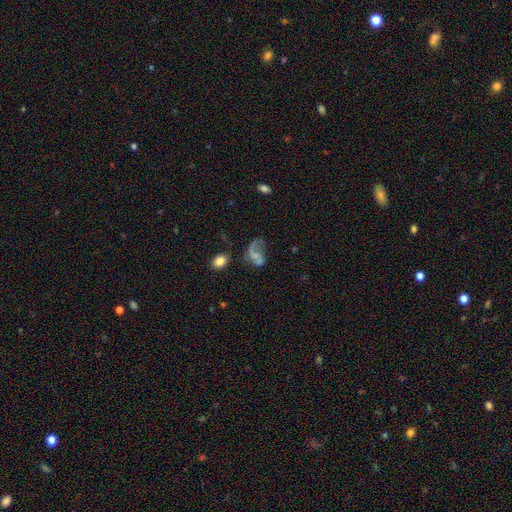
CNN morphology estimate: Smooth or featured?
  - featured or disk: 48% *
  - smooth: 39%
  - star or artifact: 14%
Merging?
  - major disturbance: 41% *
  - none: 25%
  - merger: 17%
  - minor disturbance: 17%